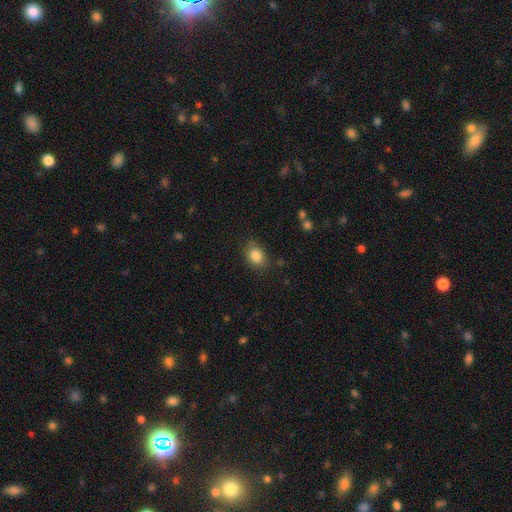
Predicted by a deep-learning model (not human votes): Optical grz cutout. It shows a smooth galaxy with no disk features (84%) that is in between round and cigar-shaped (73%). Merging: none (81%).